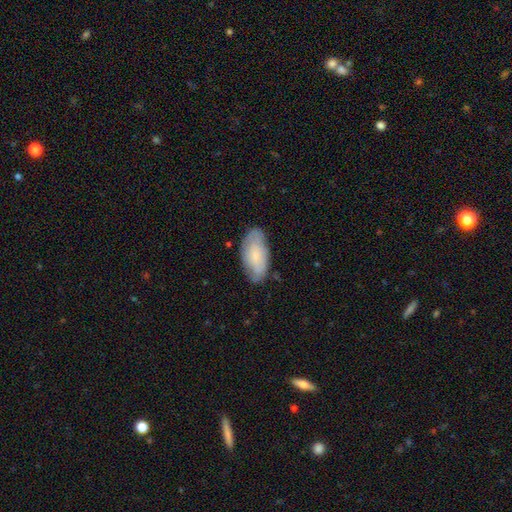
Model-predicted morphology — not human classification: Smooth or featured?
  - smooth: 62% *
  - featured or disk: 31%
  - star or artifact: 7%
How rounded?
  - in between: 94% *
  - cigar-shaped: 4%
  - round: 3%
Merging?
  - none: 74% *
  - minor disturbance: 20%
  - major disturbance: 4%
  - merger: 1%